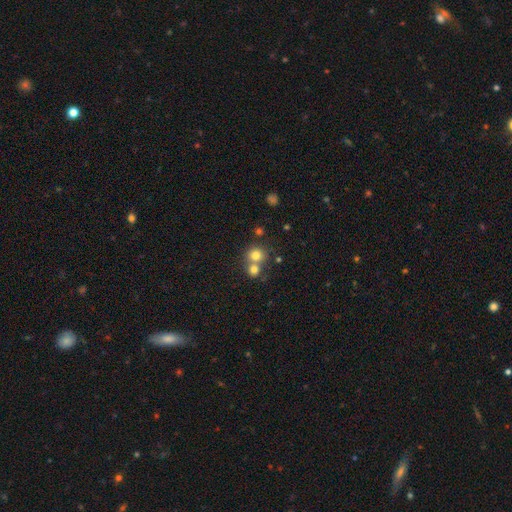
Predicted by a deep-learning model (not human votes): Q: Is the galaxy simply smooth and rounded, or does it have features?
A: smooth — 77%.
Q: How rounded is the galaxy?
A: round — 88%.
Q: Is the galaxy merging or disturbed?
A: none — 48%.